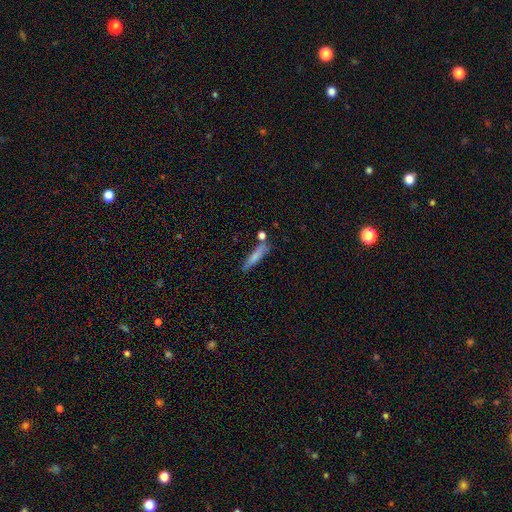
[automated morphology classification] Q: Smooth or featured?
A: smooth (72%); runner-up: featured or disk (20%)
Q: How rounded?
A: cigar-shaped (85%); runner-up: in between (12%)
Q: Merging?
A: none (73%); runner-up: minor disturbance (15%)